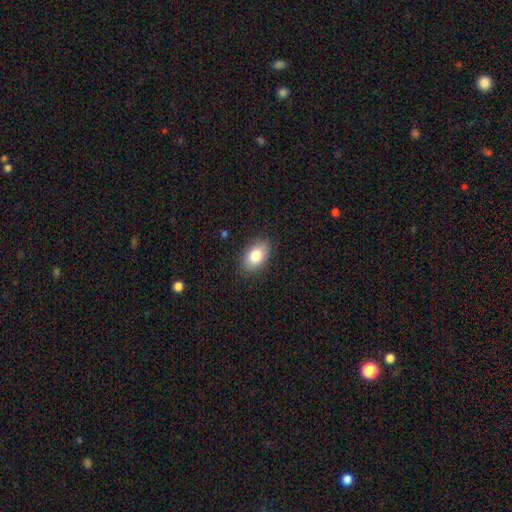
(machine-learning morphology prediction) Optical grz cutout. It shows a smooth galaxy with no disk features (82%) that is in between round and cigar-shaped (87%). Merging: none (87%).